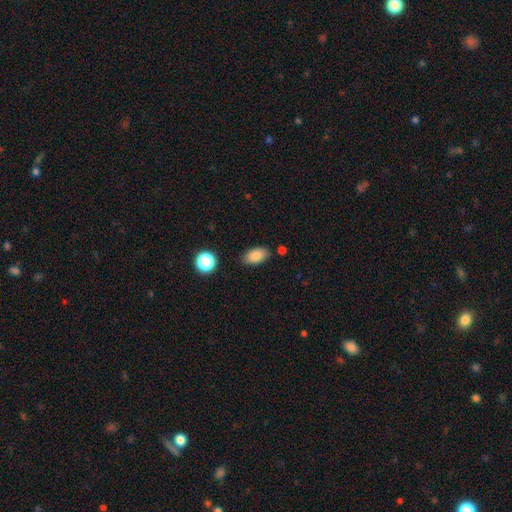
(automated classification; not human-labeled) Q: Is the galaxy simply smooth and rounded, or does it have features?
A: smooth — 85%.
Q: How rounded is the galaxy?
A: in between — 91%.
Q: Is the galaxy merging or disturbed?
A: none — 82%.